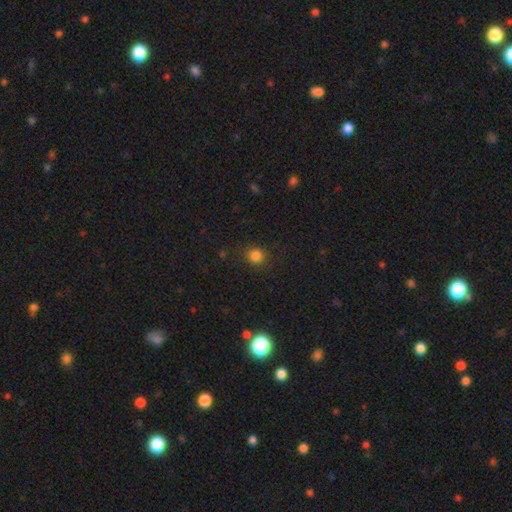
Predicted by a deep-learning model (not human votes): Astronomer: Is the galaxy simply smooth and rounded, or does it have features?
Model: smooth — 82%.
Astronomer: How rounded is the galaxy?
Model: round — 90%.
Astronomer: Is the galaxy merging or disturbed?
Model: none — 85%.